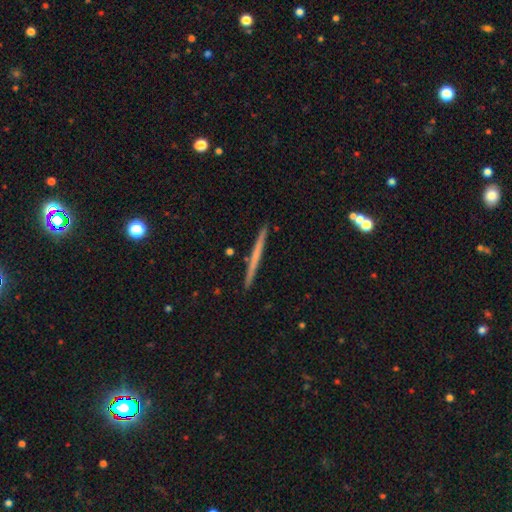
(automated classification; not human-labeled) featured or disk 51%, smooth 43%, star or artifact 6%. Down the decision tree: edge-on disk — yes (98%); merging — none (92%).